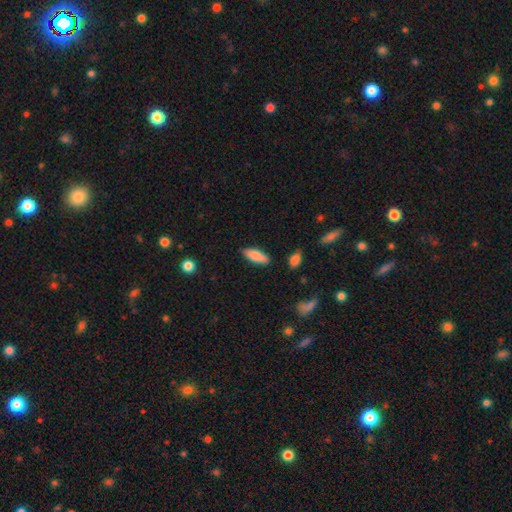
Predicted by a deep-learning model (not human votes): Smooth or featured?
  - smooth: 84% *
  - featured or disk: 10%
  - star or artifact: 6%
How rounded?
  - in between: 66% *
  - cigar-shaped: 32%
  - round: 2%
Merging?
  - none: 85% *
  - minor disturbance: 11%
  - major disturbance: 2%
  - merger: 2%